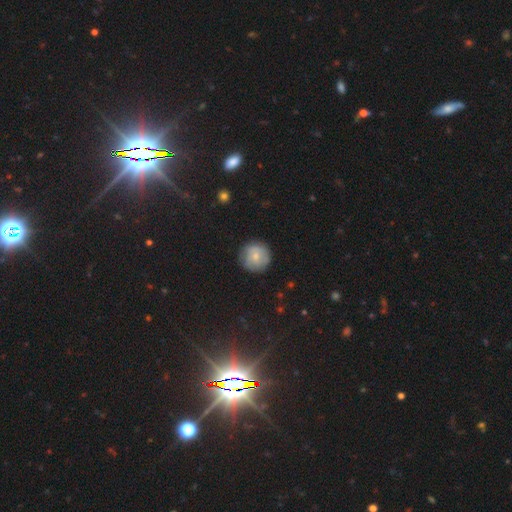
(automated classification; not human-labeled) Smooth or featured?
  - smooth: 70% *
  - featured or disk: 22%
  - star or artifact: 8%
How rounded?
  - round: 94% *
  - in between: 5%
  - cigar-shaped: 1%
Merging?
  - none: 83% *
  - minor disturbance: 12%
  - major disturbance: 3%
  - merger: 1%